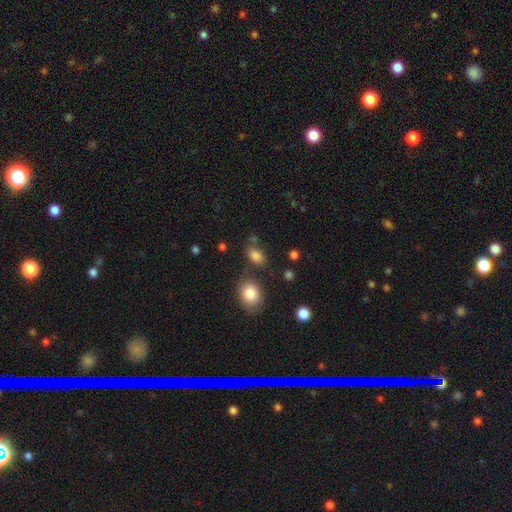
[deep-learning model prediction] Smooth or featured? Predicted: smooth (p=0.83). How rounded? Predicted: in between (p=0.80). Merging? Predicted: none (p=0.68).